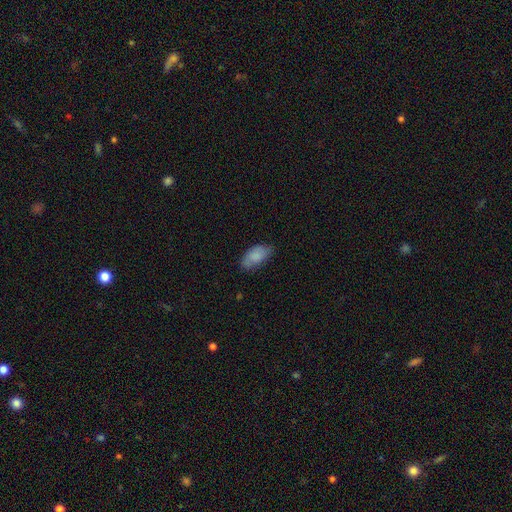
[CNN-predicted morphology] Smooth or featured? smooth (83%)
How rounded? in between (93%)
Merging? none (71%)